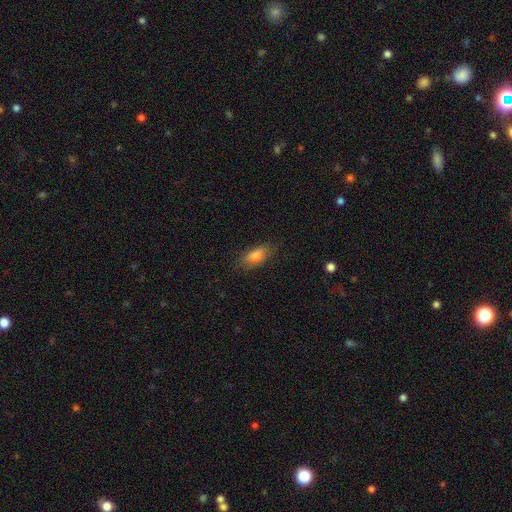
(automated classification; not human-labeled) This appears to be a smooth galaxy with no disk features (81%) that is in between round and cigar-shaped (81%). Merging: none (80%).